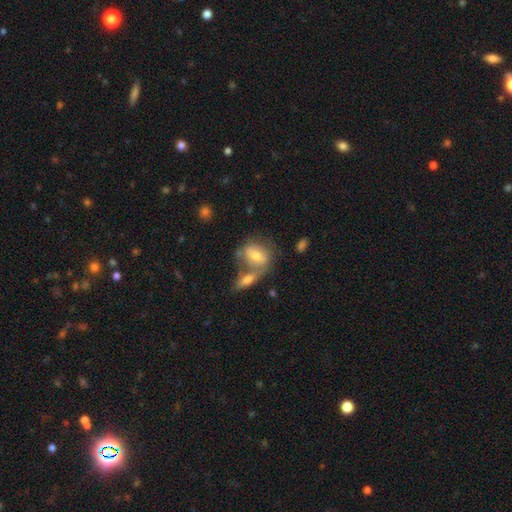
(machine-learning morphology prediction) The model was most divided on "merging": merger: 45%, none: 37%, minor disturbance: 12%, major disturbance: 6%. More confident: how rounded — in between (66%); smooth or featured — smooth (52%).